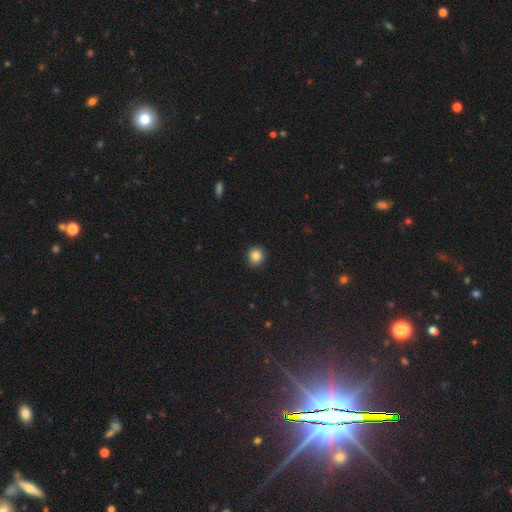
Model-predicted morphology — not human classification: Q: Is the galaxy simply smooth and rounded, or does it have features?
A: smooth — 85%.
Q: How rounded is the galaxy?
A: round — 89%.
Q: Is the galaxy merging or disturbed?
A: none — 89%.